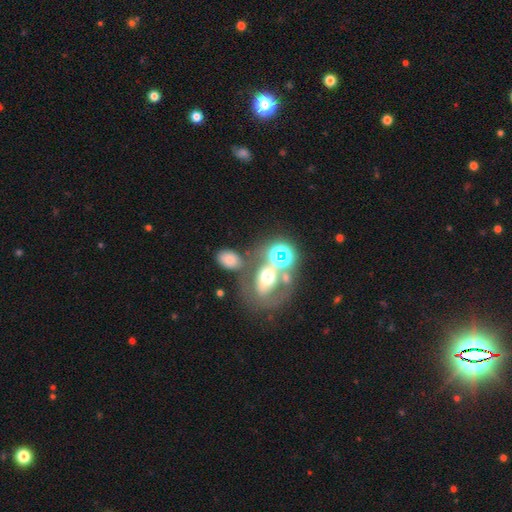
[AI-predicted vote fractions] This appears to be a featured or disk galaxy (35%). Merging: merger (46%).